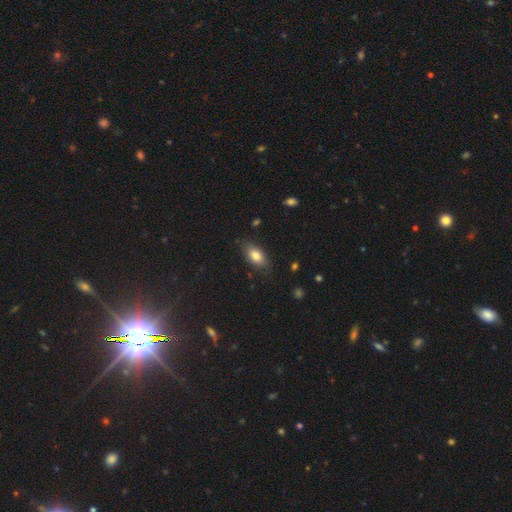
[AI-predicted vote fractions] A smooth galaxy with no disk features (81%) that is in between round and cigar-shaped (88%).

Vote fractions:
- Smooth or featured? smooth: 81% / featured or disk: 11% / star or artifact: 8%
- How rounded? in between: 88% / round: 6% / cigar-shaped: 5%
- Merging? none: 80% / minor disturbance: 15% / major disturbance: 3% / merger: 1%